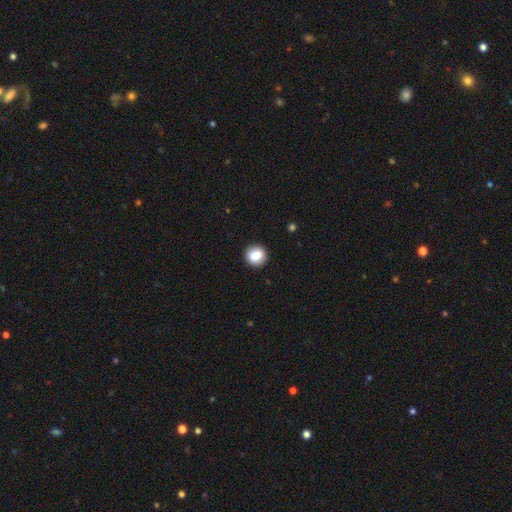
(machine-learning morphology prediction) The model was most divided on "how rounded": round: 86%, in between: 13%, cigar-shaped: 1%. More confident: merging — none (91%); smooth or featured — smooth (84%).